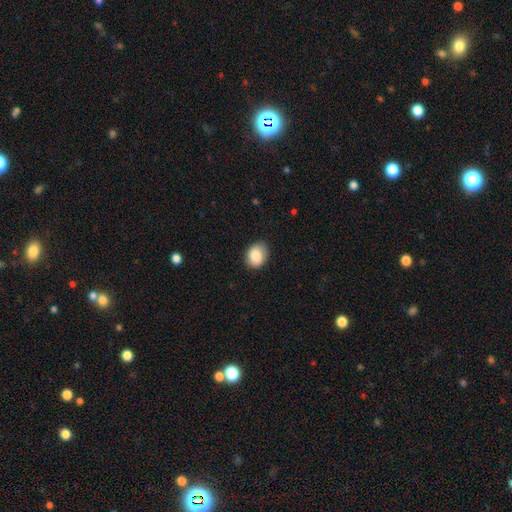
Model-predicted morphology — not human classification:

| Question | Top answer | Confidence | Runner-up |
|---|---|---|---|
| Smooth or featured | smooth | 86% | star or artifact (7%) |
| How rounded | in between | 58% | round (41%) |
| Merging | none | 78% | minor disturbance (18%) |